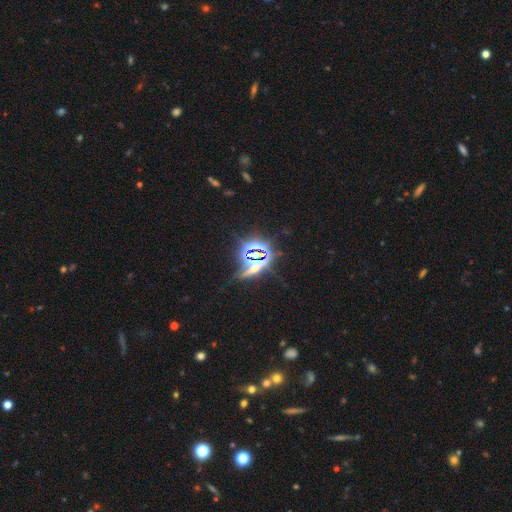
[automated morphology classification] type=star or artifact (77%).